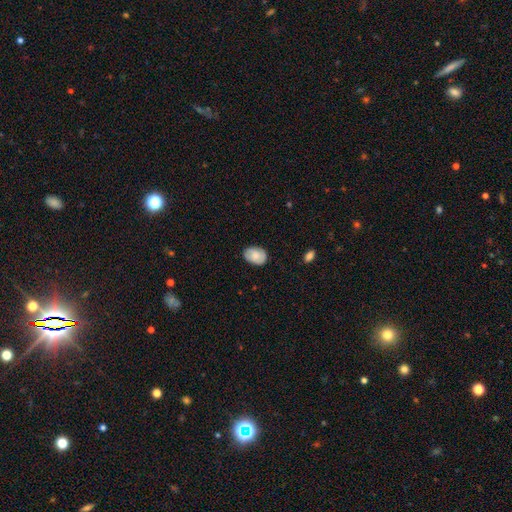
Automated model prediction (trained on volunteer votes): A smooth galaxy with no disk features (73%) that is in between round and cigar-shaped (78%).

Vote fractions:
- Smooth or featured? smooth: 73% / featured or disk: 20% / star or artifact: 7%
- How rounded? in between: 78% / round: 21% / cigar-shaped: 1%
- Merging? none: 80% / minor disturbance: 16% / major disturbance: 3% / merger: 1%